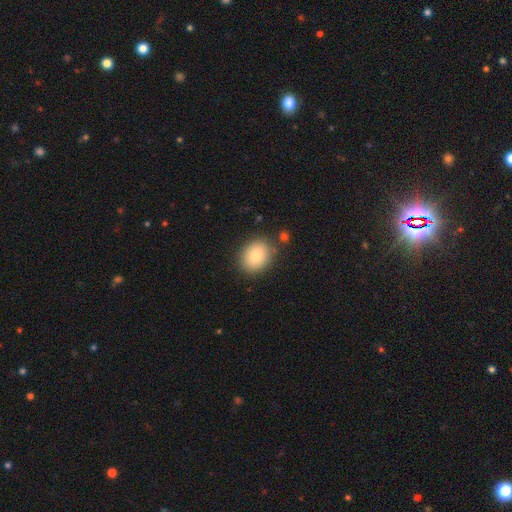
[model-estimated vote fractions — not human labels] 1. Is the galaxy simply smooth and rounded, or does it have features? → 80% smooth, 11% featured or disk, 9% star or artifact.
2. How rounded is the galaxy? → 51% round, 48% in between, 1% cigar-shaped.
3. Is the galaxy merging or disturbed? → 82% none, 11% minor disturbance, 3% merger, 3% major disturbance.